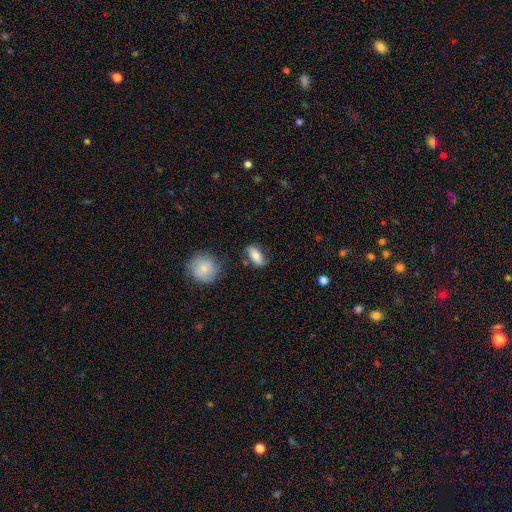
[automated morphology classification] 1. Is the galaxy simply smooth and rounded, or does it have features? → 75% smooth, 18% featured or disk, 8% star or artifact.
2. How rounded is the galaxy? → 85% in between, 9% cigar-shaped, 6% round.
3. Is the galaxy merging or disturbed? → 69% none, 21% minor disturbance, 6% major disturbance, 5% merger.